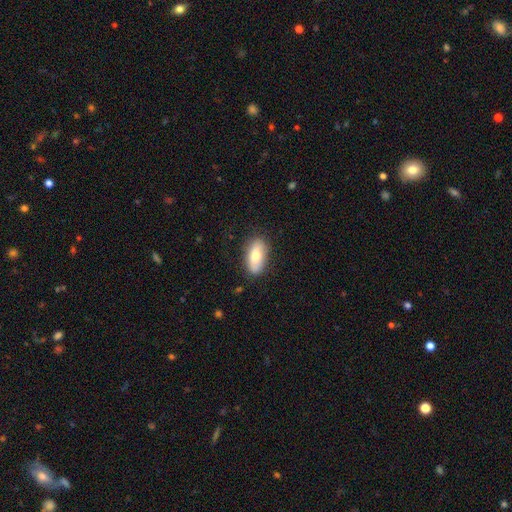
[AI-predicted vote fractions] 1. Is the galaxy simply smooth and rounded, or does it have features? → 74% smooth, 20% featured or disk, 6% star or artifact.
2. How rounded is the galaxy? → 90% in between, 7% cigar-shaped, 3% round.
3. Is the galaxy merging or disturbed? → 81% none, 15% minor disturbance, 3% major disturbance, 1% merger.